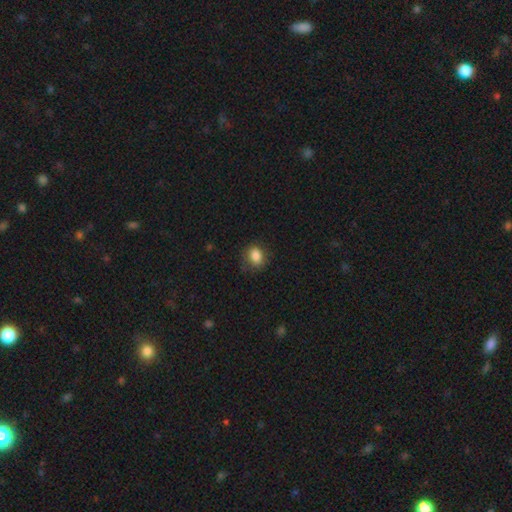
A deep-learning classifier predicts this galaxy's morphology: smooth 85%, star or artifact 9%, featured or disk 6%. Down the decision tree: how rounded — in between (53%); merging — none (75%).